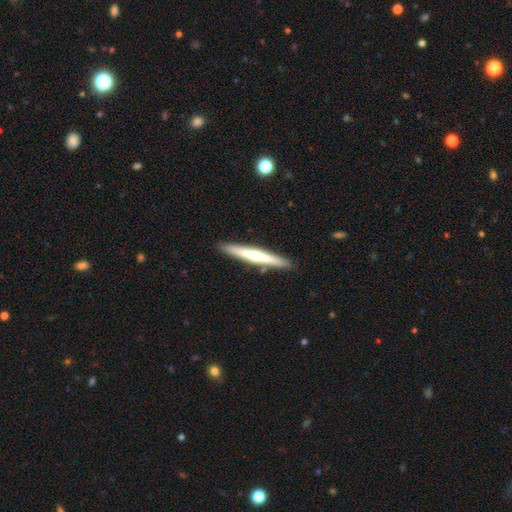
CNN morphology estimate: Smooth or featured? featured or disk (52%)
Edge-on disk? yes (97%)
Merging? none (89%)